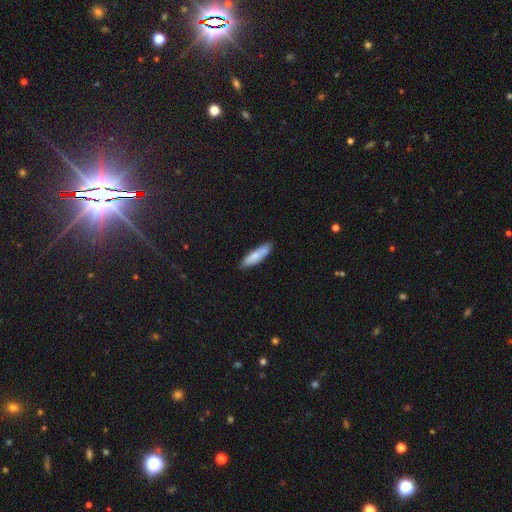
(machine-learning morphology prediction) smooth-or-featured: smooth: 72% | featured or disk: 22% | star or artifact: 6%
  how-rounded: cigar-shaped: 61% | in between: 37% | round: 2%
  merging: none: 75% | minor disturbance: 15% | merger: 6% | major disturbance: 3%